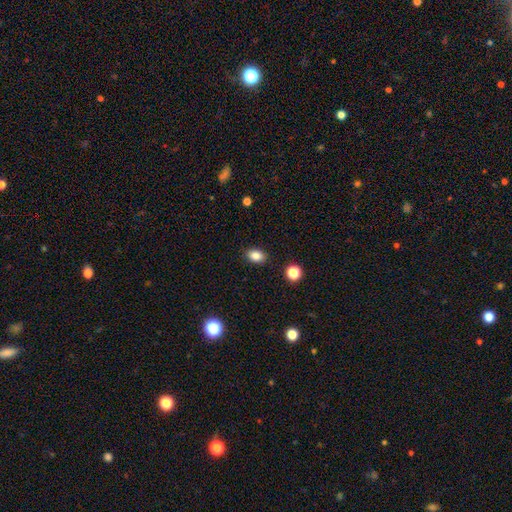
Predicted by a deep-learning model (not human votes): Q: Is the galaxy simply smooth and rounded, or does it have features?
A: smooth — 85%.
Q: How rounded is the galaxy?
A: in between — 79%.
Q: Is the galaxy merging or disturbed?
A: none — 88%.